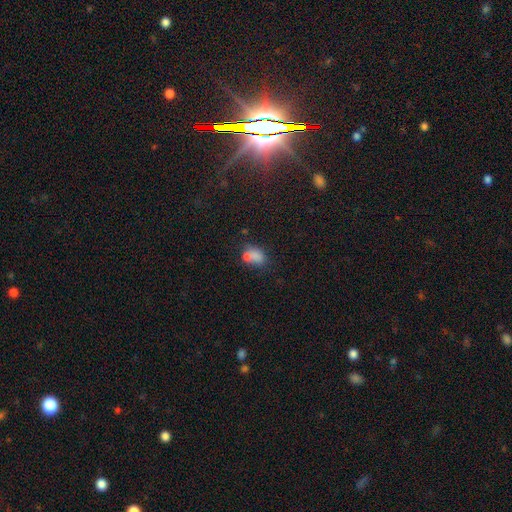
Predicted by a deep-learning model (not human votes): smooth-or-featured: smooth: 73% | featured or disk: 14% | star or artifact: 13%
  how-rounded: in between: 67% | round: 31% | cigar-shaped: 2%
  merging: none: 38% | merger: 35% | minor disturbance: 17% | major disturbance: 9%